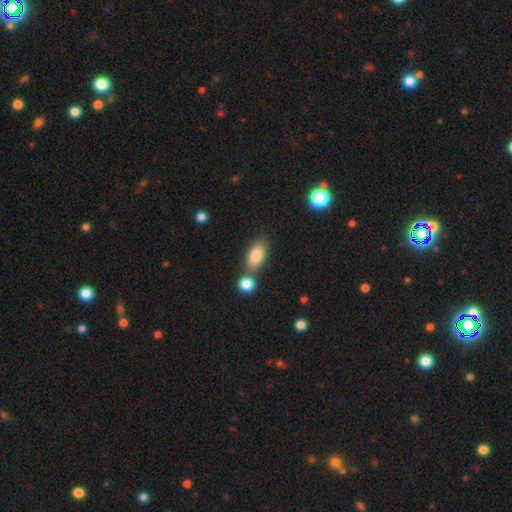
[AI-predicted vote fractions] Smooth or featured: smooth — 84% (featured or disk — 8%)
How rounded: in between — 87% (cigar-shaped — 8%)
Merging: none — 61% (merger — 22%)